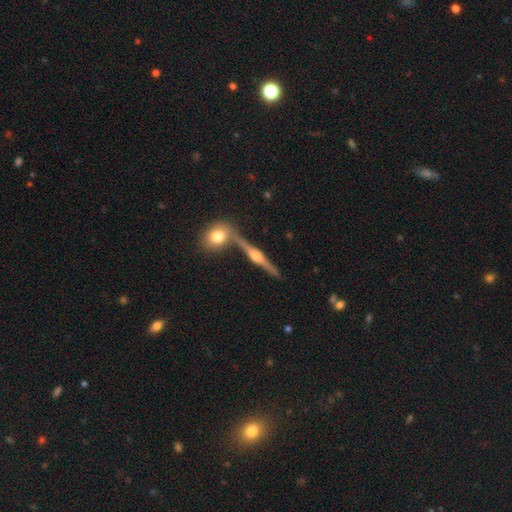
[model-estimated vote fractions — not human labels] The model was most divided on "merging": none: 79%, merger: 10%, minor disturbance: 8%, major disturbance: 3%. More confident: edge-on disk — yes (98%); edge-on bulge — rounded (94%); smooth or featured — featured or disk (85%).